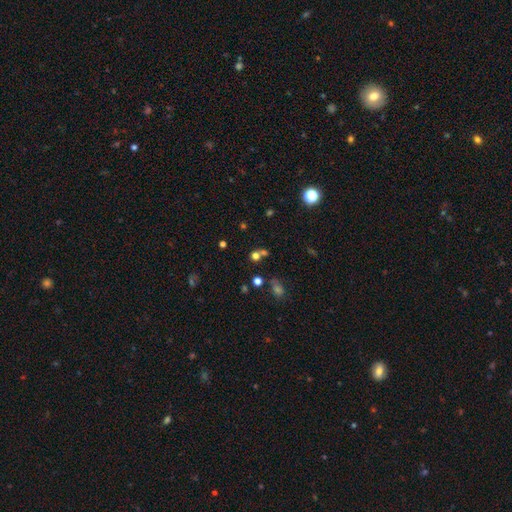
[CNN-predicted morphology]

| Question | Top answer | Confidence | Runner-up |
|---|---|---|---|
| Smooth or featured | smooth | 64% | star or artifact (27%) |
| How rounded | round | 80% | in between (19%) |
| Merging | none | 54% | merger (33%) |